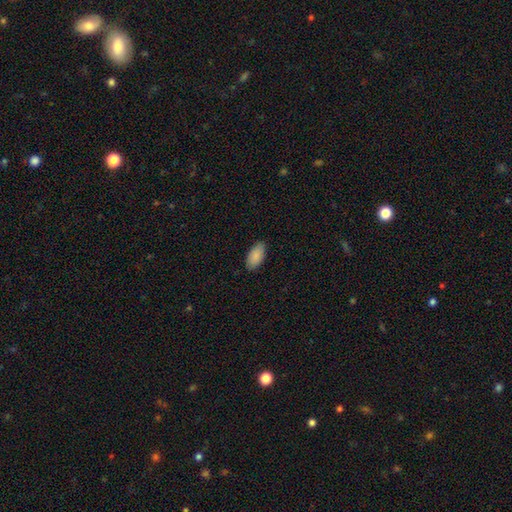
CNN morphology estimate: Smooth or featured?
  - smooth: 89% *
  - star or artifact: 6%
  - featured or disk: 6%
How rounded?
  - in between: 94% *
  - cigar-shaped: 4%
  - round: 2%
Merging?
  - none: 85% *
  - minor disturbance: 12%
  - major disturbance: 2%
  - merger: 1%